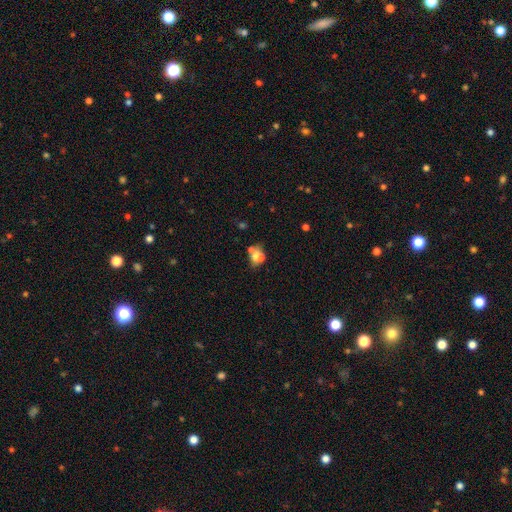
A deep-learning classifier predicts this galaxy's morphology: This is likely a smooth galaxy (61%). How rounded: possibly in between (58%). Merging: possibly merger (47%).